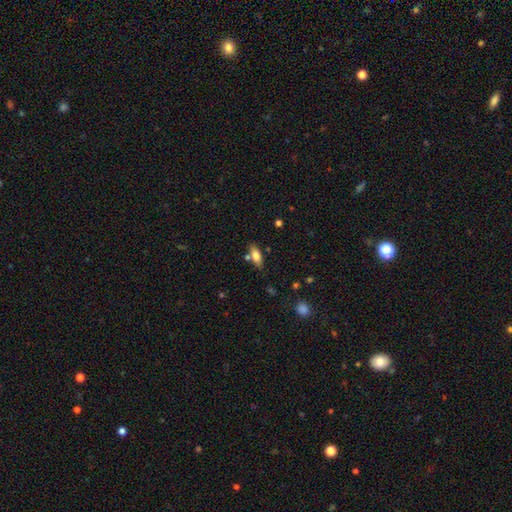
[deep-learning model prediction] Overall: smooth (74%). How rounded: in between (77%). Merging: none (72%).